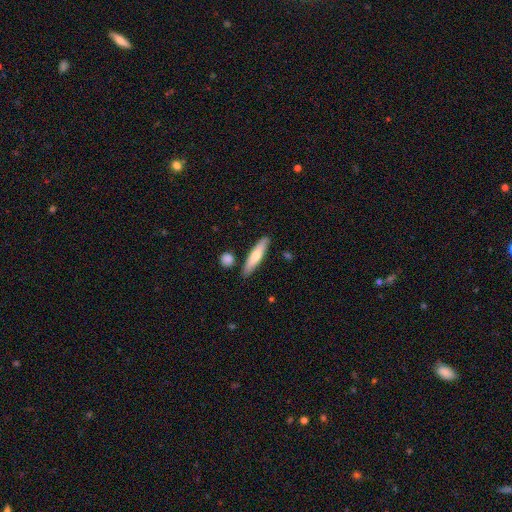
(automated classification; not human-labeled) Smooth or featured? Predicted: smooth (p=0.63). How rounded? Predicted: cigar-shaped (p=0.81). Merging? Predicted: none (p=0.85).